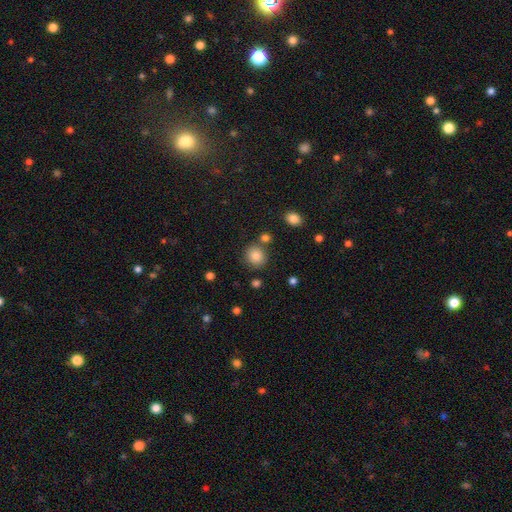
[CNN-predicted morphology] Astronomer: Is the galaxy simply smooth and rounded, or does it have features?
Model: smooth — 84%.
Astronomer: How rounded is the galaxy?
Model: round — 84%.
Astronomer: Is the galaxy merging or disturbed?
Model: none — 79%.